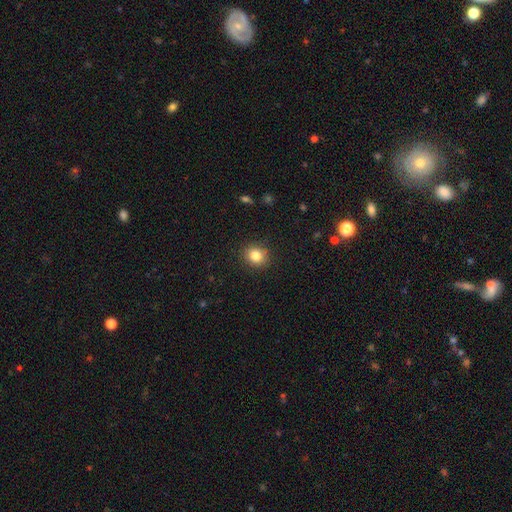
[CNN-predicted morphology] A smooth galaxy with no disk features (84%) that is round (77%). Merging: none (88%).